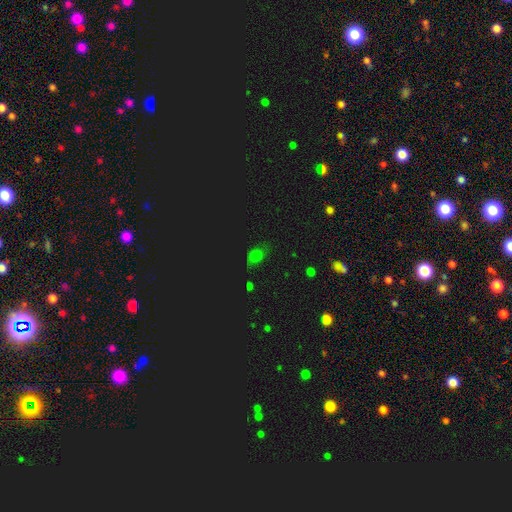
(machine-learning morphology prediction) This is possibly a smooth galaxy (52%). How rounded: possibly in between (58%). Merging: likely none (61%).